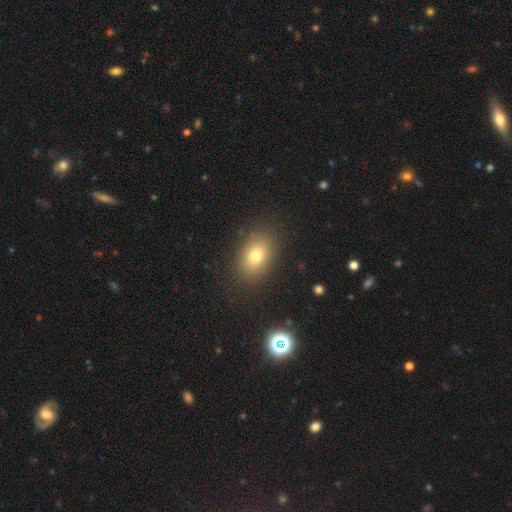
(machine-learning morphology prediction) Overall: smooth (77%). How rounded: in between (77%). Merging: none (86%).